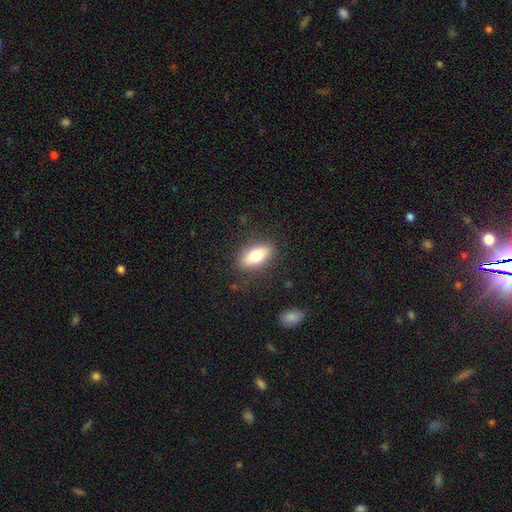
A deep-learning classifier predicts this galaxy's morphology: Smooth or featured? smooth (75%)
How rounded? in between (81%)
Merging? none (85%)